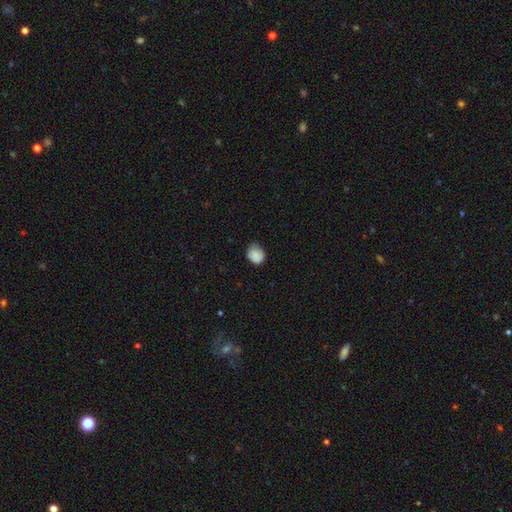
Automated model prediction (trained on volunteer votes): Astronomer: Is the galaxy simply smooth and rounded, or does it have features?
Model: smooth — 84%.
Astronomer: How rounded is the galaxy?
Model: round — 58% (runner-up: in between, 41%).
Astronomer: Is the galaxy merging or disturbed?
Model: none — 59%.